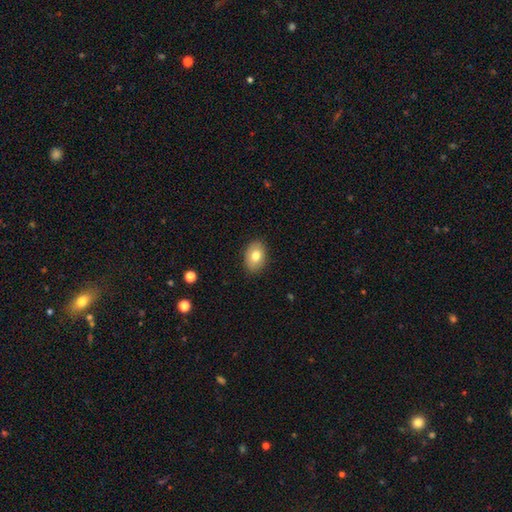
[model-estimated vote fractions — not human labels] Smooth or featured? Predicted: smooth (p=0.77). How rounded? Predicted: in between (p=0.81). Merging? Predicted: none (p=0.87).